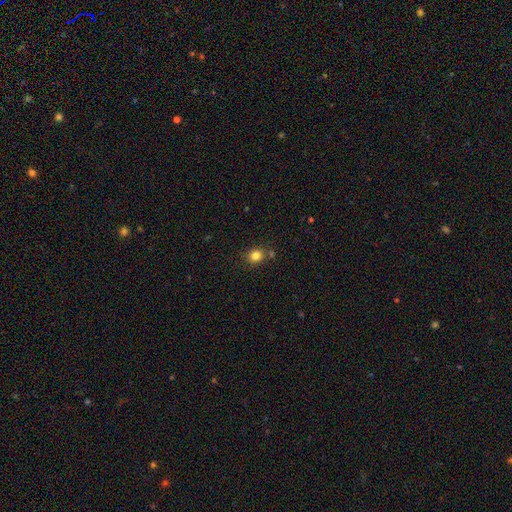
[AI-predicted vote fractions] A smooth galaxy with no disk features (82%) that is round (74%). Merging: none (76%).